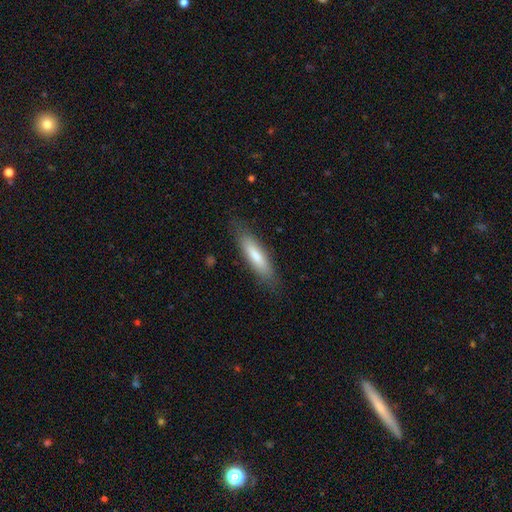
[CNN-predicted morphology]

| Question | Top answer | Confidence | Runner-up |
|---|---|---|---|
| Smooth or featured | smooth | 74% | featured or disk (20%) |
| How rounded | cigar-shaped | 68% | in between (30%) |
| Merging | none | 81% | minor disturbance (14%) |